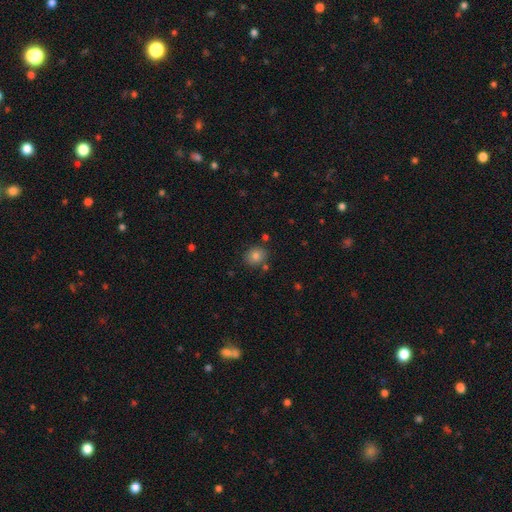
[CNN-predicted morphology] A smooth galaxy with no disk features (81%) that is round (73%).

Vote fractions:
- Smooth or featured? smooth: 81% / star or artifact: 11% / featured or disk: 7%
- How rounded? round: 73% / in between: 26% / cigar-shaped: 1%
- Merging? none: 81% / minor disturbance: 10% / merger: 6% / major disturbance: 3%